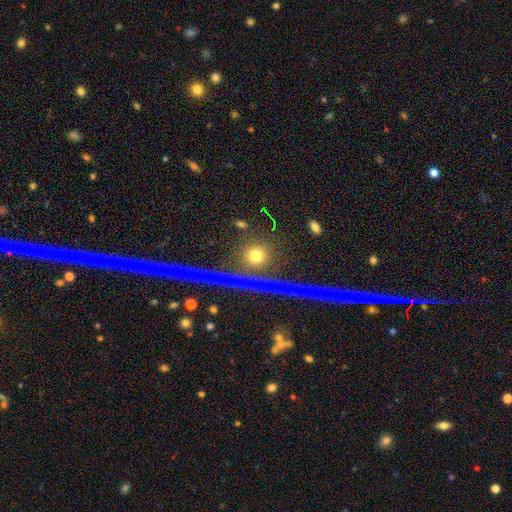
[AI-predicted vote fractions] Morphology: type=smooth (65%); roundness=round (91%); merging=none (84%).